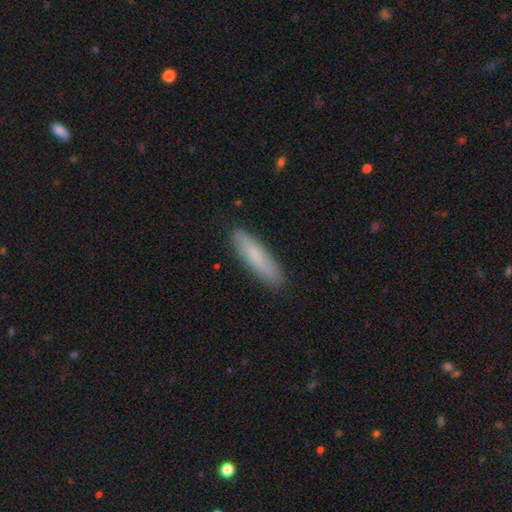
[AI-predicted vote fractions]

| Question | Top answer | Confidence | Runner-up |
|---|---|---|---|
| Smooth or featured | smooth | 78% | featured or disk (16%) |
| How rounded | cigar-shaped | 78% | in between (21%) |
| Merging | none | 88% | minor disturbance (9%) |